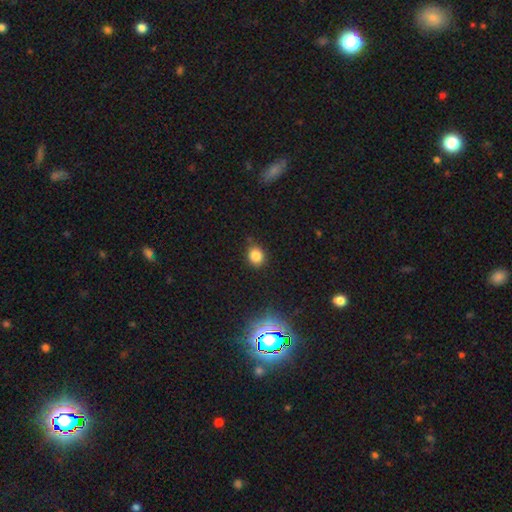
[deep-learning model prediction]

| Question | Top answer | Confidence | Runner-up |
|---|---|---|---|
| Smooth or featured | smooth | 82% | star or artifact (13%) |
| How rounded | round | 73% | in between (26%) |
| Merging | none | 83% | minor disturbance (12%) |